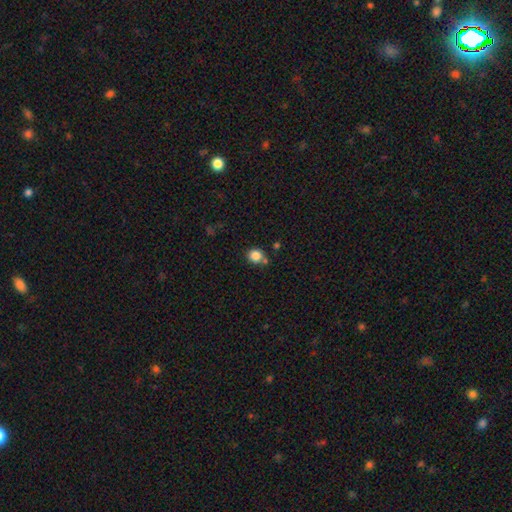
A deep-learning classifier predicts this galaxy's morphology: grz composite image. It shows a smooth galaxy with no disk features (85%) that is round (85%). Merging: none (67%).